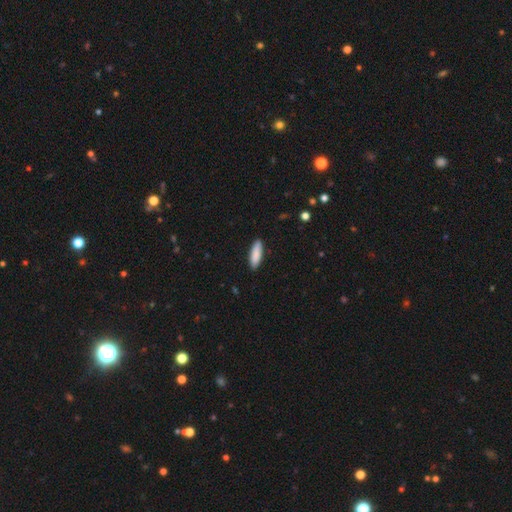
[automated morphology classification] type=smooth (88%); roundness=cigar-shaped (52%); merging=none (89%).